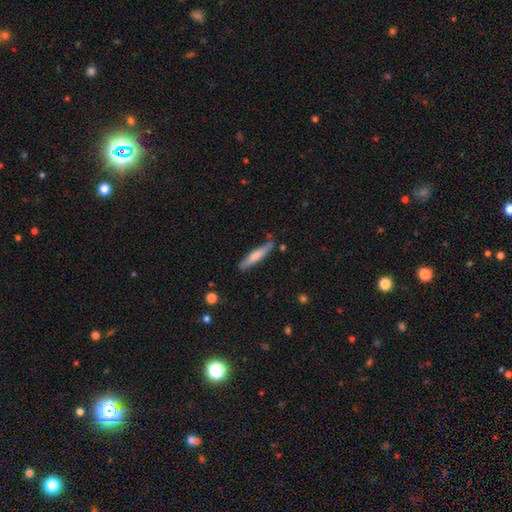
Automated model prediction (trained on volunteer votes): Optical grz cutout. It shows a smooth galaxy with no disk features (60%) that is cigar-shaped (89%). Merging: none (80%).